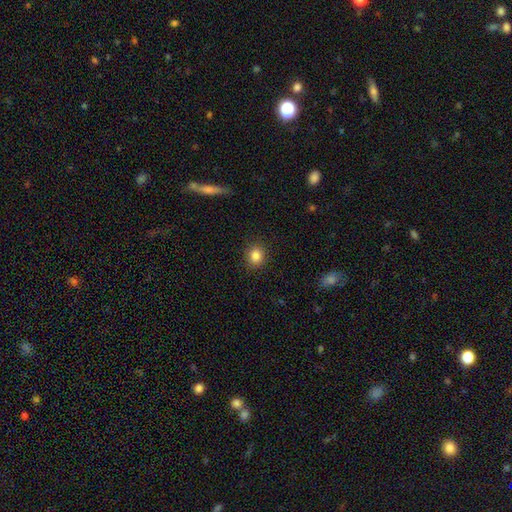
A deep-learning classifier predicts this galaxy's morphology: A smooth galaxy with no disk features (85%) that is round (77%). Merging: none (89%).